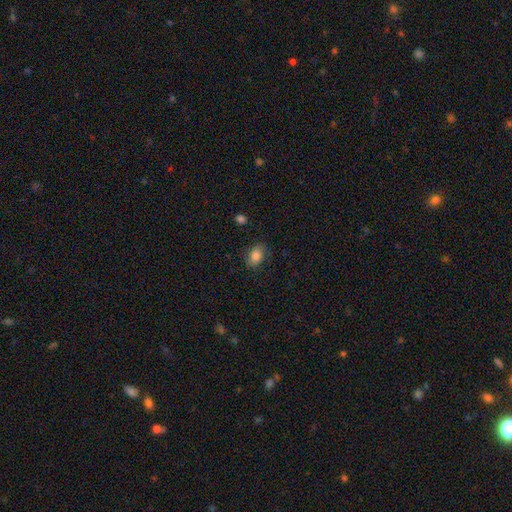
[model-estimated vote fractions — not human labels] Smooth or featured?
  - smooth: 83% *
  - star or artifact: 9%
  - featured or disk: 8%
How rounded?
  - in between: 78% *
  - round: 21%
  - cigar-shaped: 1%
Merging?
  - none: 78% *
  - minor disturbance: 16%
  - major disturbance: 4%
  - merger: 1%